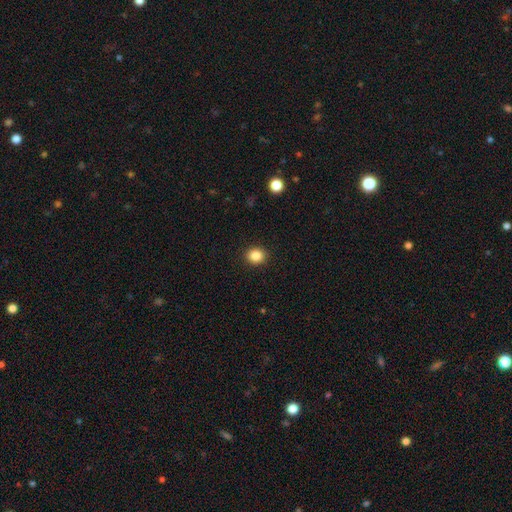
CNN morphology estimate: Q: Smooth or featured?
A: smooth (86%); runner-up: star or artifact (10%)
Q: How rounded?
A: round (79%); runner-up: in between (20%)
Q: Merging?
A: none (92%); runner-up: minor disturbance (5%)